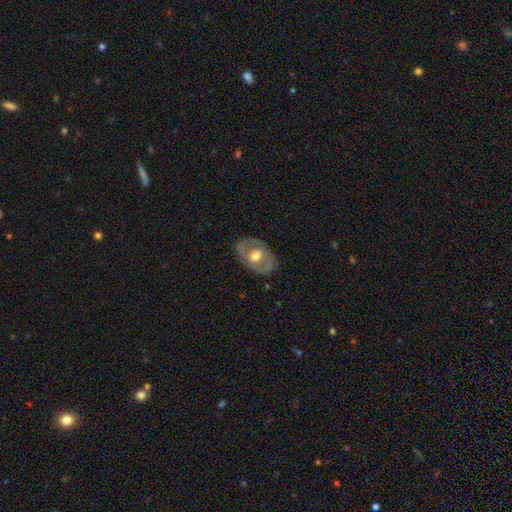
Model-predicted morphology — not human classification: This appears to be a featured or disk galaxy (64%) with no bar (55%), no spiral arms (56%) and a moderate central bulge (74%). Merging: none (78%).